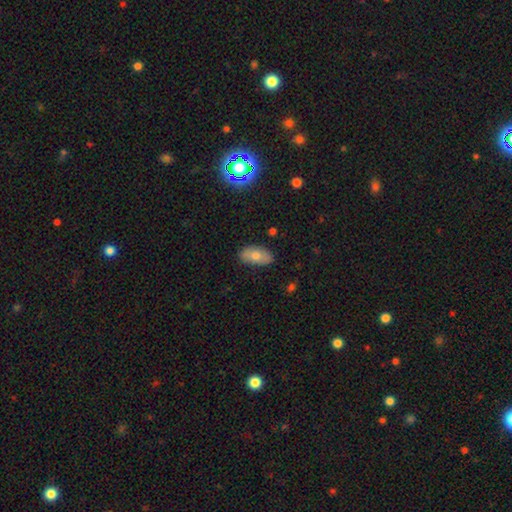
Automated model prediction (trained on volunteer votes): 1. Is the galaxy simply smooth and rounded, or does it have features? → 67% smooth, 24% featured or disk, 10% star or artifact.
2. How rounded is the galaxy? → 92% in between, 5% round, 3% cigar-shaped.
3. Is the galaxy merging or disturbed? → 82% none, 14% minor disturbance, 3% major disturbance, 1% merger.